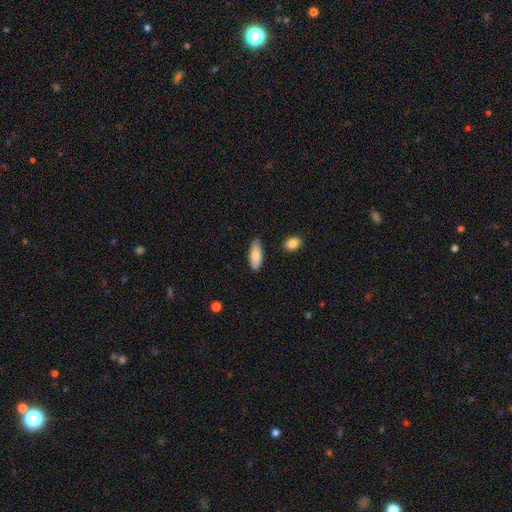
Smooth or featured? 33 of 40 (82%) said smooth. How rounded? 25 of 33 (76%) said in between. Merging? 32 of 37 (86%) said none.